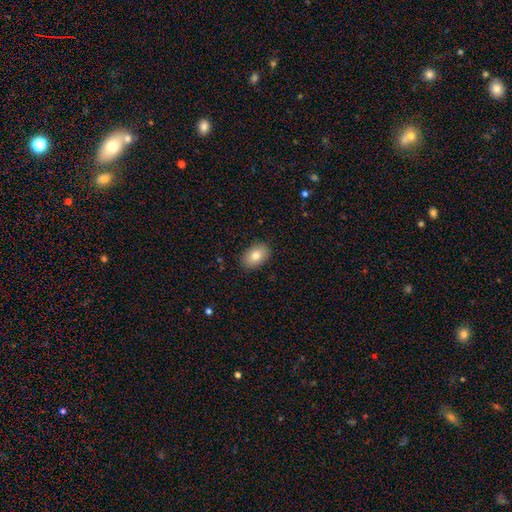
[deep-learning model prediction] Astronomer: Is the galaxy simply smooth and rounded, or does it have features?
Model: smooth — 81%.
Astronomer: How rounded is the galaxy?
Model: in between — 87%.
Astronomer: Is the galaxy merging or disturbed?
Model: none — 89%.